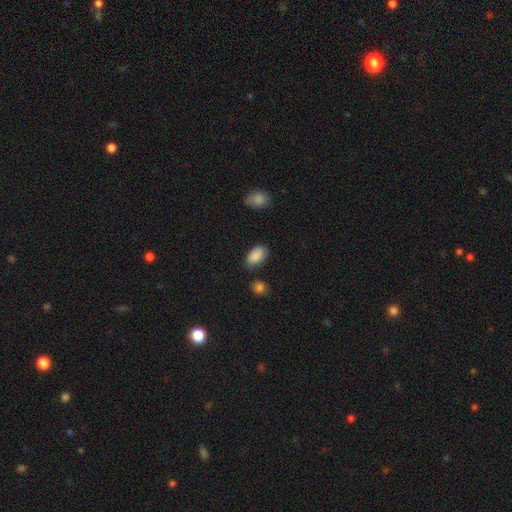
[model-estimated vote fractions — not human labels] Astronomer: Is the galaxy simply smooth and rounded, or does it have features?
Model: smooth — 88%.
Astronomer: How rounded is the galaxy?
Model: in between — 93%.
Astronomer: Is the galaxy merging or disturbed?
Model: none — 73%.